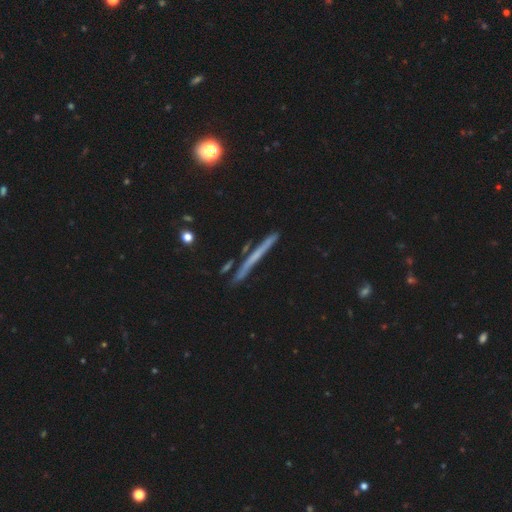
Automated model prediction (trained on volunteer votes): Smooth or featured? featured or disk (53%)
Edge-on disk? yes (96%)
Edge-on bulge? none (89%)
Merging? none (86%)